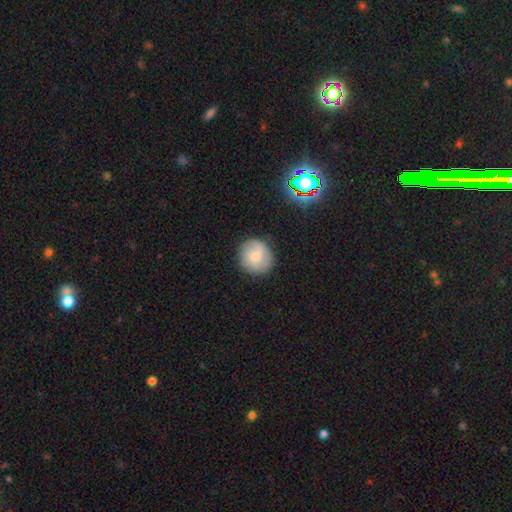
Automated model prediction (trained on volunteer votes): This is likely a smooth galaxy (64%). How rounded: clearly round (91%). Merging: clearly none (82%).